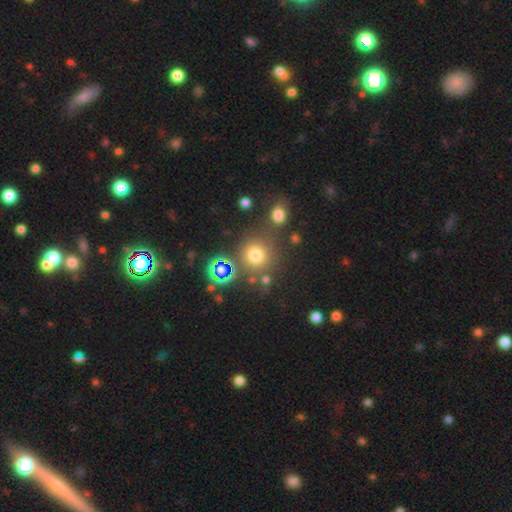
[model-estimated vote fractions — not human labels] Smooth or featured?
  - smooth: 68% *
  - star or artifact: 24%
  - featured or disk: 8%
How rounded?
  - round: 91% *
  - in between: 8%
  - cigar-shaped: 1%
Merging?
  - none: 76% *
  - minor disturbance: 10%
  - merger: 10%
  - major disturbance: 5%